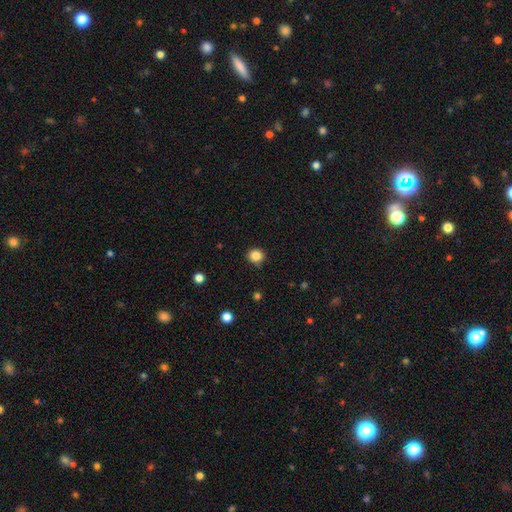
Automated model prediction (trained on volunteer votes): Smooth or featured? smooth (84%)
How rounded? round (88%)
Merging? none (87%)